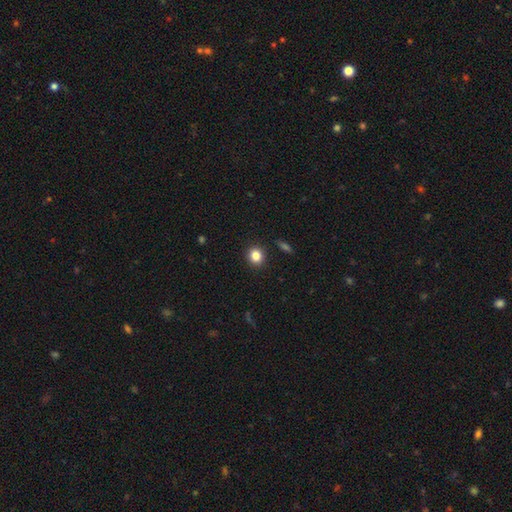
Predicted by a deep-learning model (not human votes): A smooth galaxy with no disk features (84%) that is round (82%). Merging: none (91%).